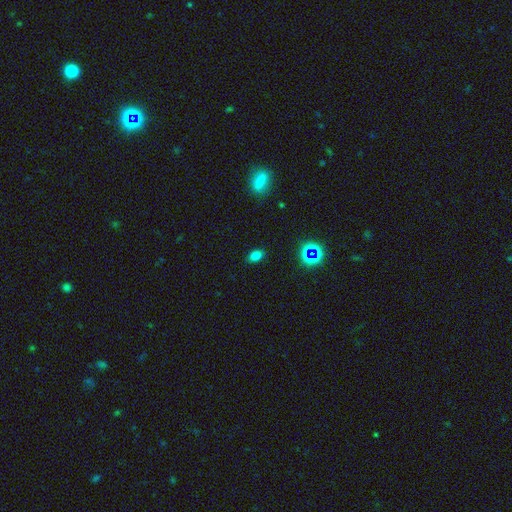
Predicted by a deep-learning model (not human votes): Smooth or featured: smooth — 75% (star or artifact — 19%)
How rounded: in between — 85% (round — 13%)
Merging: none — 86% (minor disturbance — 10%)